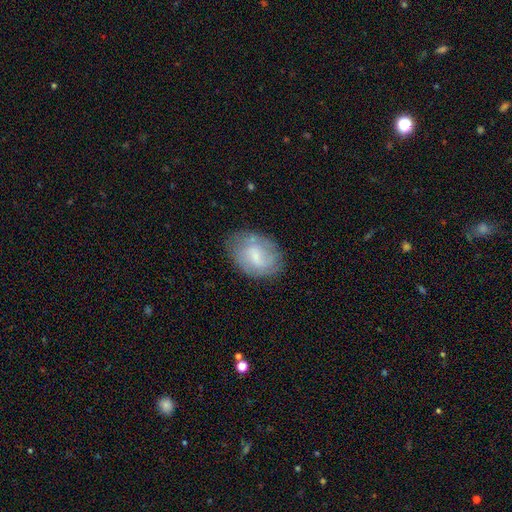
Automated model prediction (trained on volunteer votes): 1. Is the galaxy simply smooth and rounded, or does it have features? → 49% featured or disk, 43% smooth, 7% star or artifact.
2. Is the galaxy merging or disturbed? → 66% none, 22% minor disturbance, 9% major disturbance, 2% merger.